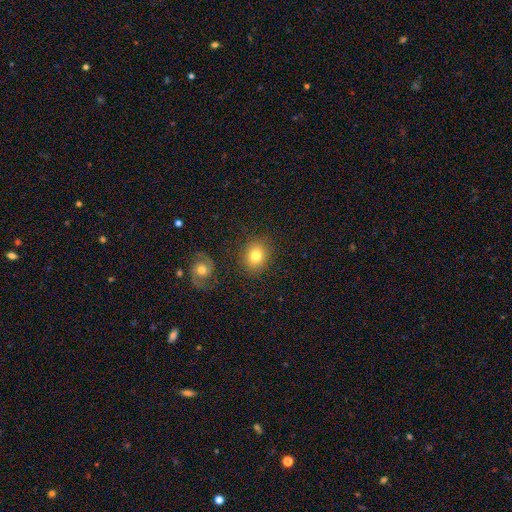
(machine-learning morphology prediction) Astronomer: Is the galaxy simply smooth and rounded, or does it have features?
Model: smooth — 79%.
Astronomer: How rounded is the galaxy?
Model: round — 67%.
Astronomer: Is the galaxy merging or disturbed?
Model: none — 84%.